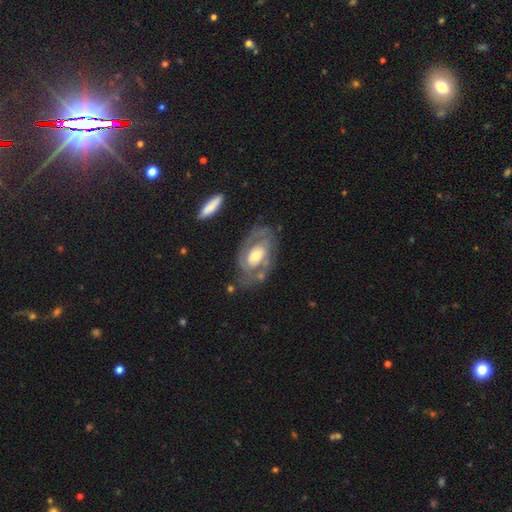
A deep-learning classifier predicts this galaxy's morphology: Smooth or featured?
  - featured or disk: 75% *
  - smooth: 20%
  - star or artifact: 5%
Edge-on disk?
  - no: 95% *
  - yes: 5%
Bar?
  - no: 66% *
  - weak: 25%
  - strong: 9%
Spiral arms?
  - yes: 69% *
  - no: 31%
Bulge size?
  - moderate: 58% *
  - small: 25%
  - large: 13%
  - dominant: 2%
  - none: 1%
Merging?
  - none: 63% *
  - minor disturbance: 19%
  - major disturbance: 13%
  - merger: 4%